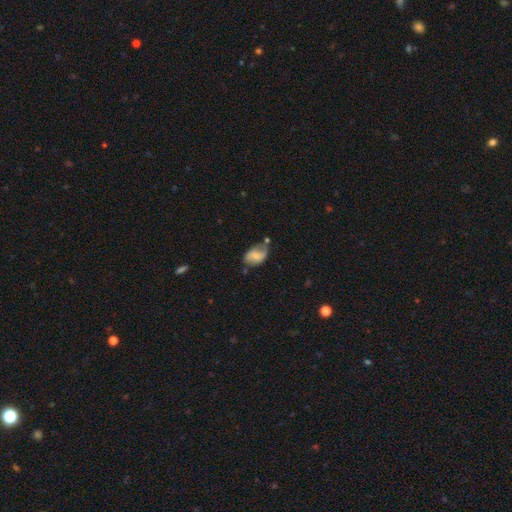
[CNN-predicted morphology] The model was most divided on "merging": none: 45%, minor disturbance: 33%, major disturbance: 14%, merger: 9%. More confident: how rounded — in between (86%); smooth or featured — smooth (54%).